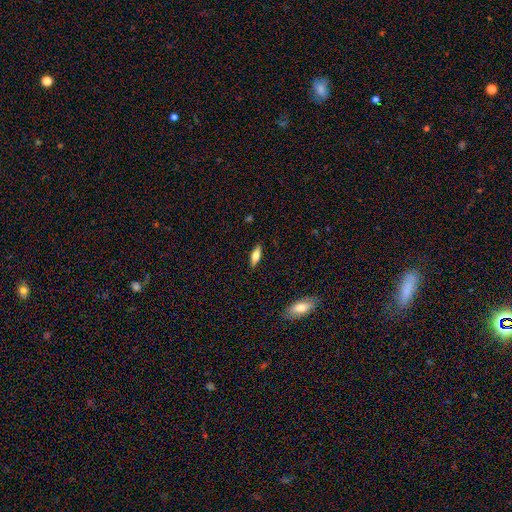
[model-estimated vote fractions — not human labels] This appears to be a smooth galaxy with no disk features (70%) that is in between round and cigar-shaped (64%). Merging: none (87%).